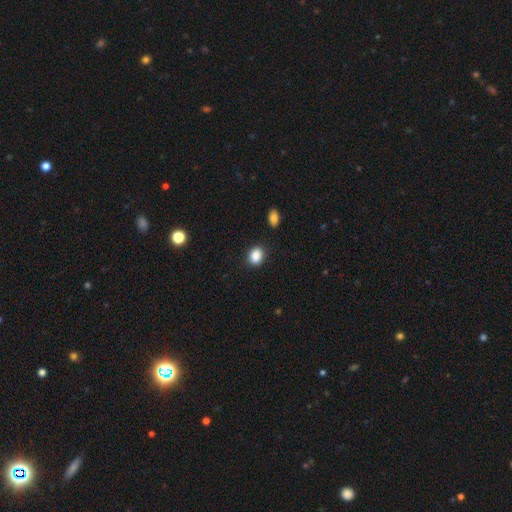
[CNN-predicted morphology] Smooth or featured? smooth (87%)
How rounded? in between (60%)
Merging? none (85%)